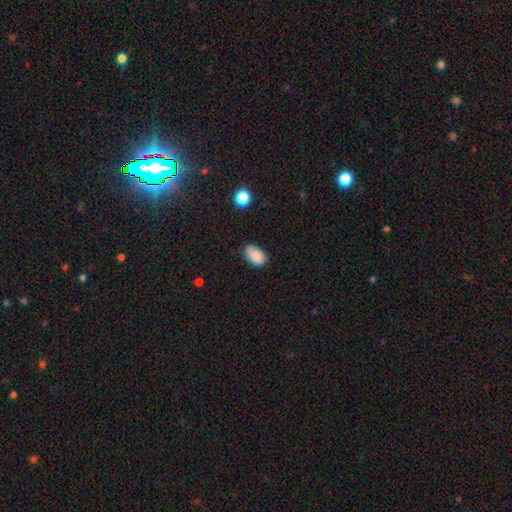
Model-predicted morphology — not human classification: A smooth galaxy with no disk features (85%) that is in between round and cigar-shaped (89%).

Vote fractions:
- Smooth or featured? smooth: 85% / star or artifact: 8% / featured or disk: 6%
- How rounded? in between: 89% / round: 9% / cigar-shaped: 1%
- Merging? none: 65% / minor disturbance: 28% / major disturbance: 5% / merger: 2%